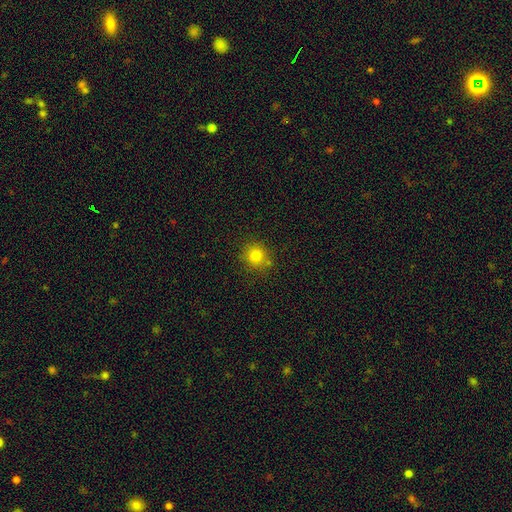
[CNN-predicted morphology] type=smooth (79%); roundness=round (91%); merging=none (81%).